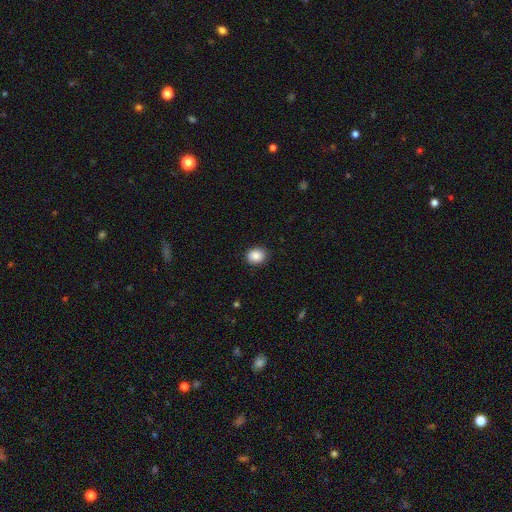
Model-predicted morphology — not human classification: A smooth galaxy with no disk features (88%) that is round (56%).

Vote fractions:
- Smooth or featured? smooth: 88% / star or artifact: 8% / featured or disk: 4%
- How rounded? round: 56% / in between: 43% / cigar-shaped: 1%
- Merging? none: 88% / minor disturbance: 9% / major disturbance: 2% / merger: 1%